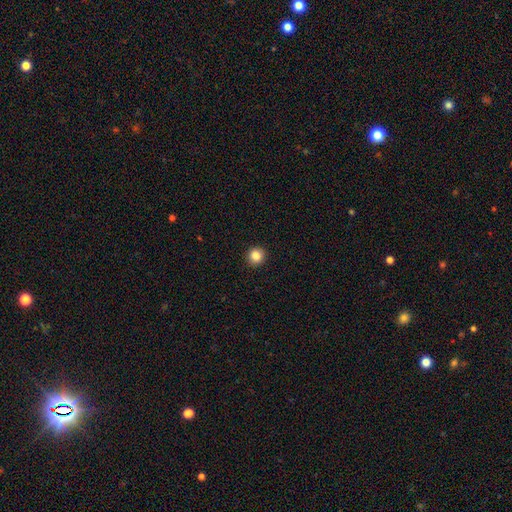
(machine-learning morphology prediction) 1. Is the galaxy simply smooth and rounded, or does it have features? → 86% smooth, 10% star or artifact, 4% featured or disk.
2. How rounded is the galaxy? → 88% round, 11% in between, 1% cigar-shaped.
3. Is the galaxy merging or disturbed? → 91% none, 6% minor disturbance, 2% major disturbance, 1% merger.